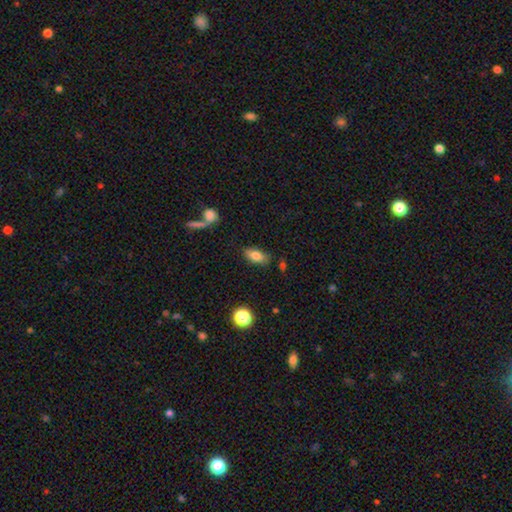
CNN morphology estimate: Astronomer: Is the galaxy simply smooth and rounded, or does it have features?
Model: smooth — 80%.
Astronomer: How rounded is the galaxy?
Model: in between — 87%.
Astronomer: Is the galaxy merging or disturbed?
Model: none — 81%.